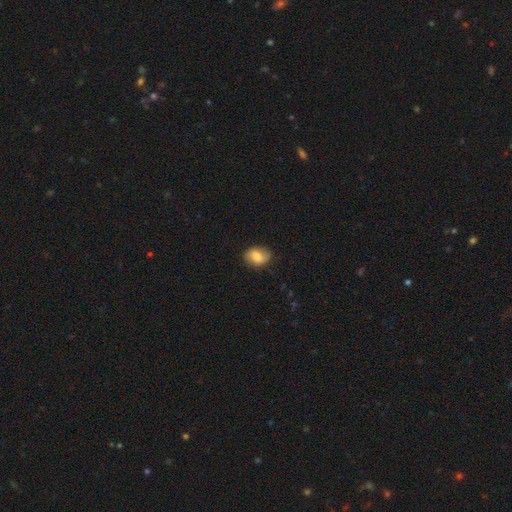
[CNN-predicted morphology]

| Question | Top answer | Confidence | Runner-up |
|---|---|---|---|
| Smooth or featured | smooth | 74% | featured or disk (18%) |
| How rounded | in between | 63% | round (36%) |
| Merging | none | 79% | minor disturbance (17%) |